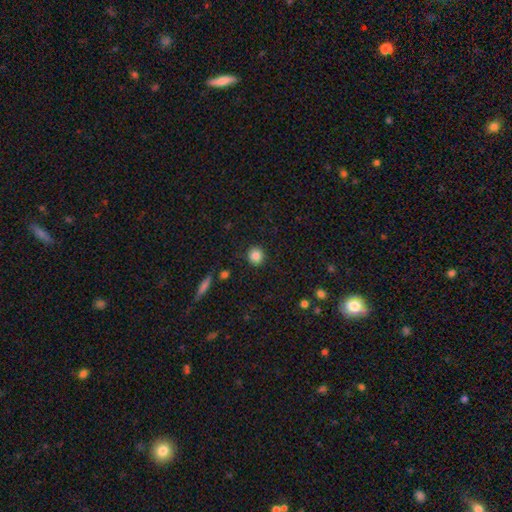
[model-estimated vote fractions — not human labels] This is clearly a smooth galaxy (86%). How rounded: clearly round (89%). Merging: clearly none (90%).